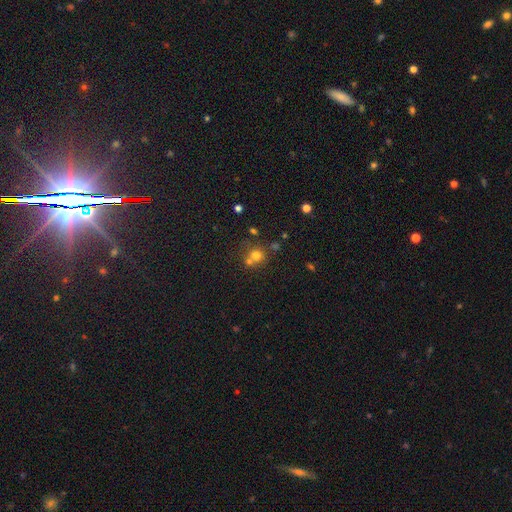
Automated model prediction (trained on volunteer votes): Smooth or featured: smooth — 69% (star or artifact — 19%)
How rounded: round — 84% (in between — 15%)
Merging: none — 52% (merger — 35%)